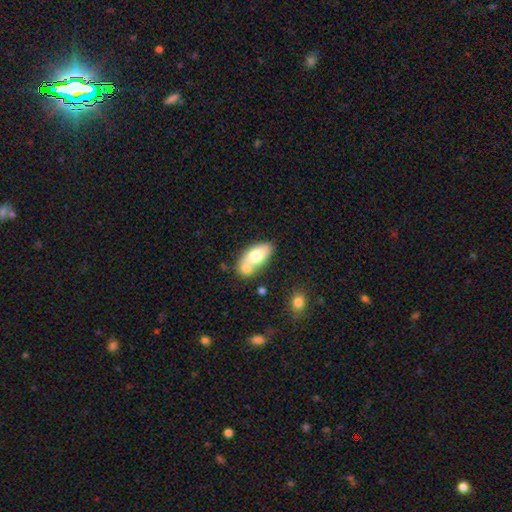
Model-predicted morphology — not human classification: A smooth galaxy with no disk features (69%) that is in between round and cigar-shaped (87%).

Vote fractions:
- Smooth or featured? smooth: 69% / featured or disk: 25% / star or artifact: 7%
- How rounded? in between: 87% / cigar-shaped: 7% / round: 6%
- Merging? merger: 41% / none: 40% / minor disturbance: 14% / major disturbance: 5%